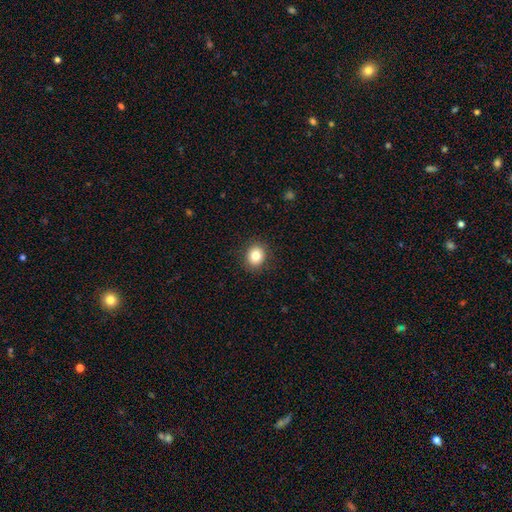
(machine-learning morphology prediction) The model was most divided on "how rounded": round: 71%, in between: 28%, cigar-shaped: 1%. More confident: merging — none (89%); smooth or featured — smooth (82%).